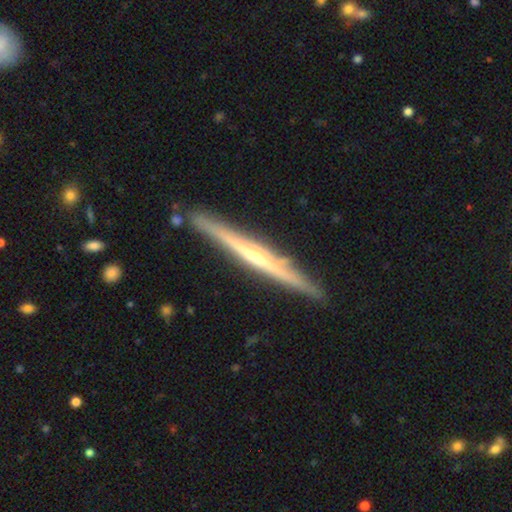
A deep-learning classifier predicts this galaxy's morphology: type=featured or disk (79%); edge-on=yes (98%); edge-on bulge=rounded (64%); merging=none (88%).